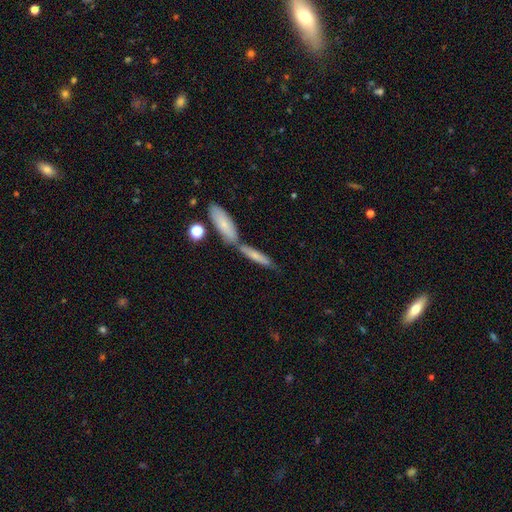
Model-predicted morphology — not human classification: Smooth or featured?
  - smooth: 64% *
  - featured or disk: 29%
  - star or artifact: 7%
How rounded?
  - cigar-shaped: 80% *
  - in between: 17%
  - round: 2%
Merging?
  - none: 48% *
  - merger: 37%
  - minor disturbance: 11%
  - major disturbance: 3%